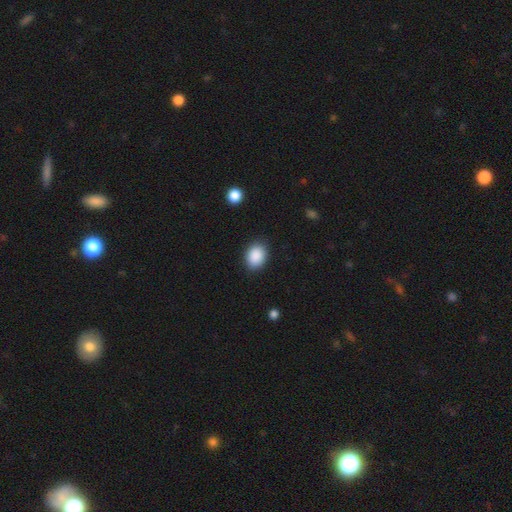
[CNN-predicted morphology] Smooth or featured?
  - smooth: 89% *
  - star or artifact: 8%
  - featured or disk: 3%
How rounded?
  - in between: 66% *
  - round: 33%
  - cigar-shaped: 1%
Merging?
  - none: 86% *
  - minor disturbance: 10%
  - major disturbance: 3%
  - merger: 1%